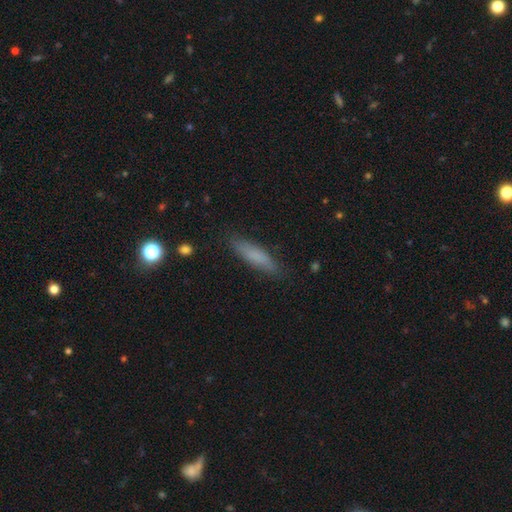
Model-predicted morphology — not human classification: smooth-or-featured: smooth: 74% | featured or disk: 18% | star or artifact: 8%
  how-rounded: cigar-shaped: 75% | in between: 23% | round: 2%
  merging: none: 84% | minor disturbance: 12% | major disturbance: 3% | merger: 1%